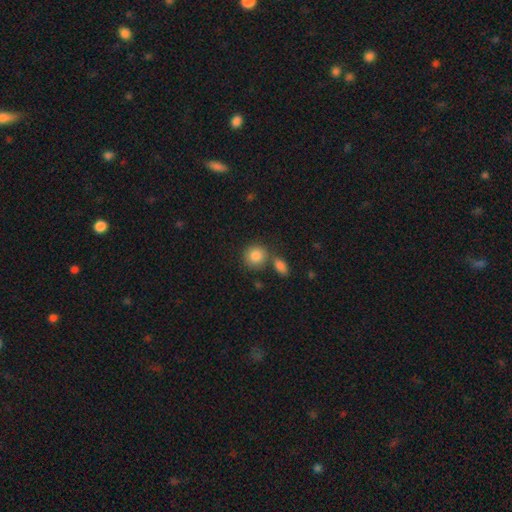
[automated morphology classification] smooth-or-featured: smooth: 86% | star or artifact: 8% | featured or disk: 6%
  how-rounded: round: 81% | in between: 18% | cigar-shaped: 1%
  merging: none: 62% | merger: 24% | minor disturbance: 11% | major disturbance: 4%